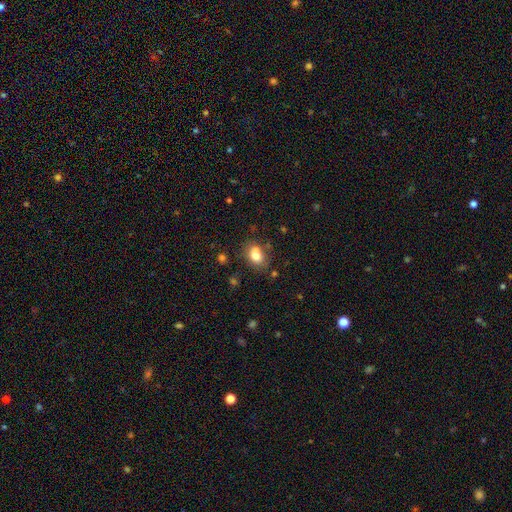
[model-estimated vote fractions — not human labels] Q: Smooth or featured?
A: smooth (76%); runner-up: featured or disk (13%)
Q: How rounded?
A: in between (67%); runner-up: round (32%)
Q: Merging?
A: none (56%); runner-up: merger (21%)